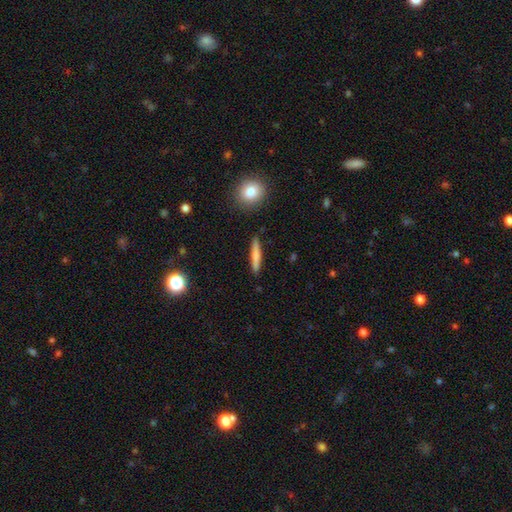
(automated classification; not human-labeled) This is likely a smooth galaxy (70%). How rounded: clearly cigar-shaped (91%). Merging: clearly none (88%).